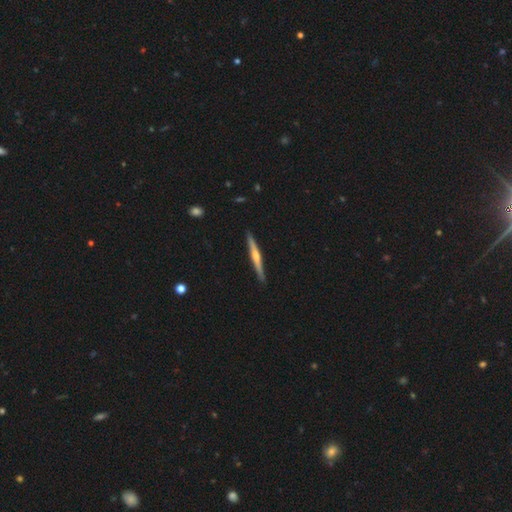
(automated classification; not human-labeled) Smooth or featured? featured or disk (70%)
Edge-on disk? yes (98%)
Edge-on bulge? rounded (78%)
Merging? none (91%)